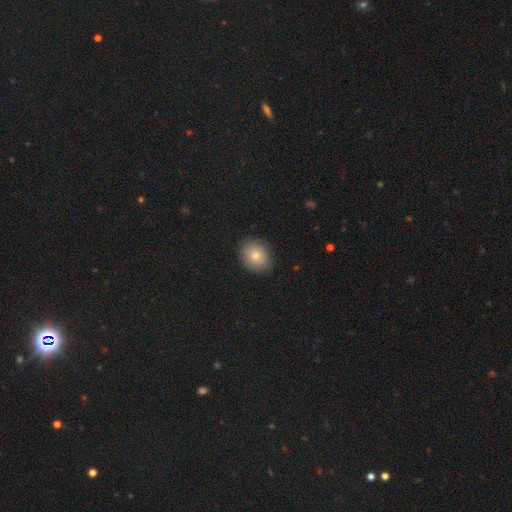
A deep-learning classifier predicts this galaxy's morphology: A smooth galaxy with no disk features (78%) that is round (56%).

Vote fractions:
- Smooth or featured? smooth: 78% / featured or disk: 13% / star or artifact: 8%
- How rounded? round: 56% / in between: 43% / cigar-shaped: 1%
- Merging? none: 82% / minor disturbance: 14% / major disturbance: 3% / merger: 1%